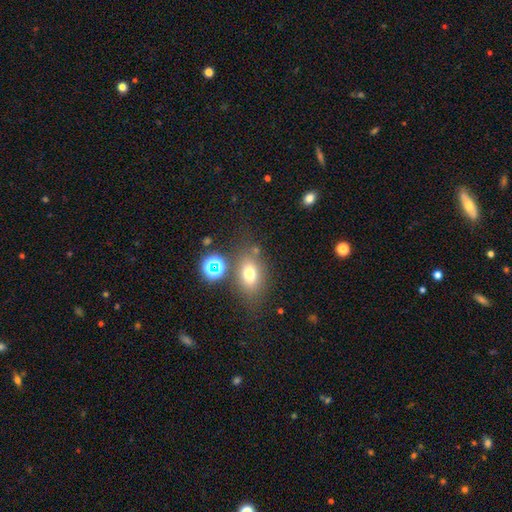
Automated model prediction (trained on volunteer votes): This appears to be a smooth galaxy with no disk features (58%) that is in between round and cigar-shaped (66%). Merging: none (66%).